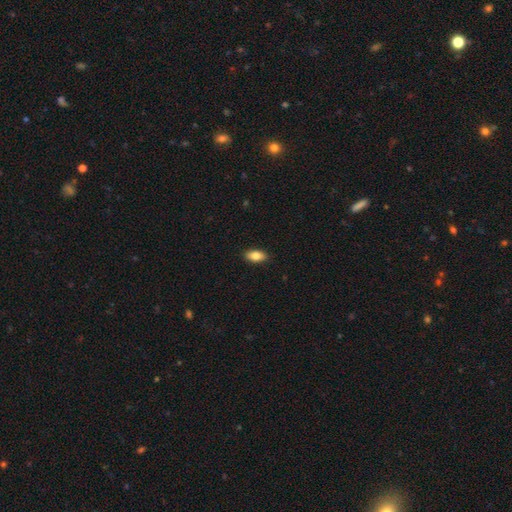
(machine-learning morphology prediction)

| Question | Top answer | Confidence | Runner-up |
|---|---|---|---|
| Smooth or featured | smooth | 84% | featured or disk (8%) |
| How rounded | in between | 90% | cigar-shaped (6%) |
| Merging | none | 90% | minor disturbance (8%) |